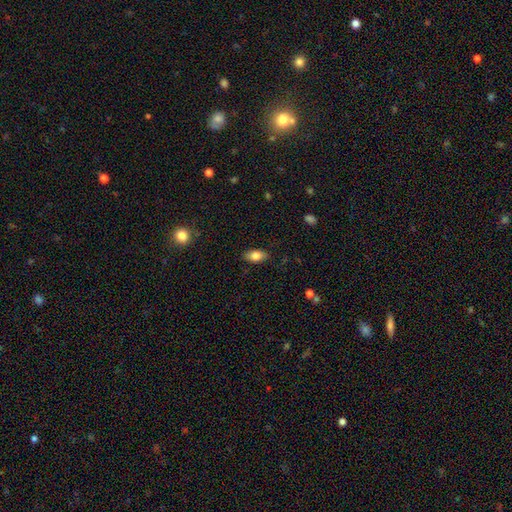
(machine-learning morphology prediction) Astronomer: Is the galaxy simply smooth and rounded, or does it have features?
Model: smooth — 81%.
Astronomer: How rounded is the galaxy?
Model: in between — 89%.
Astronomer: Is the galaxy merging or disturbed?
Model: none — 85%.